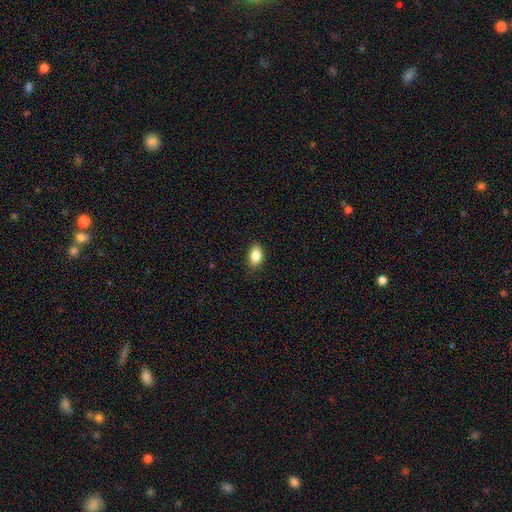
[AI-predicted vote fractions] Overall: smooth (85%). How rounded: in between (87%). Merging: none (86%).